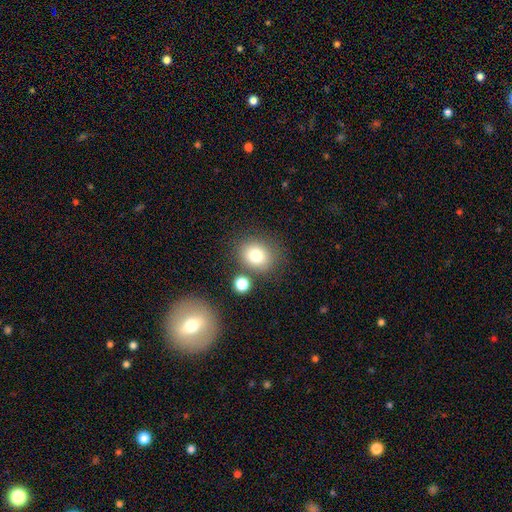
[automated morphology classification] smooth 78%, star or artifact 12%, featured or disk 10%. Down the decision tree: how rounded — round (70%); merging — none (74%).